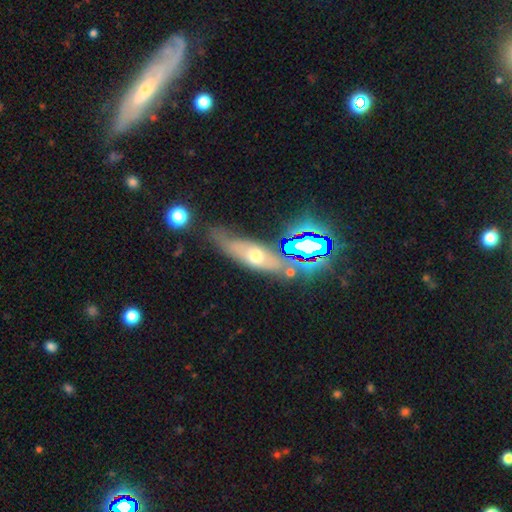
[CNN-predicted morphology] Smooth or featured?
  - smooth: 45% *
  - featured or disk: 40%
  - star or artifact: 14%
Merging?
  - none: 65% *
  - minor disturbance: 20%
  - major disturbance: 9%
  - merger: 6%